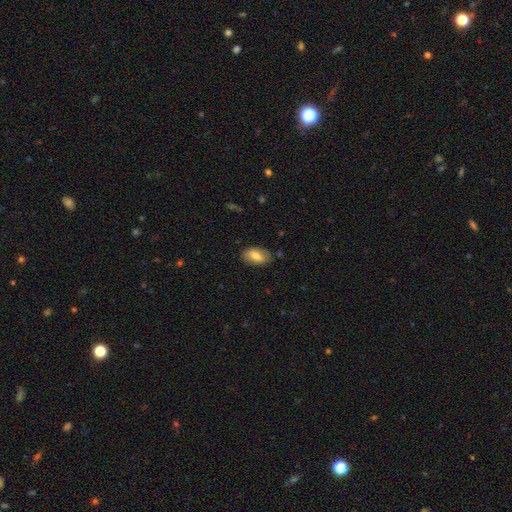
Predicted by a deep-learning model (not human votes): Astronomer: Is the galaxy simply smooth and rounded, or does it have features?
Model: smooth — 69%.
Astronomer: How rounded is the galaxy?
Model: in between — 92%.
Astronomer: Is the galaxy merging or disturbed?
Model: none — 82%.